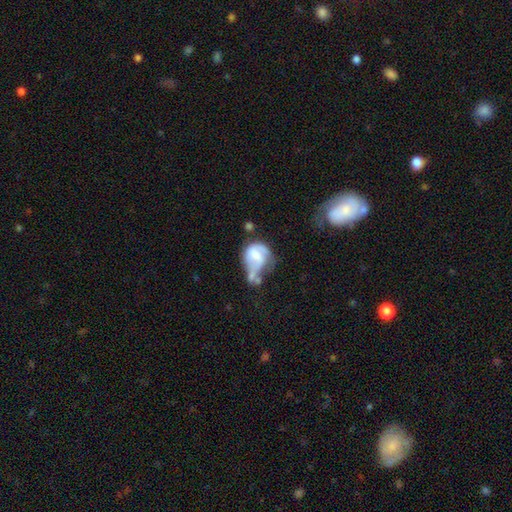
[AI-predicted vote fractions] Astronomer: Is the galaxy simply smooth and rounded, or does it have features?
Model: smooth — 46% (runner-up: featured or disk, 45%).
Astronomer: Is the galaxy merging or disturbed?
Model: major disturbance — 35% (runner-up: merger, 28%).